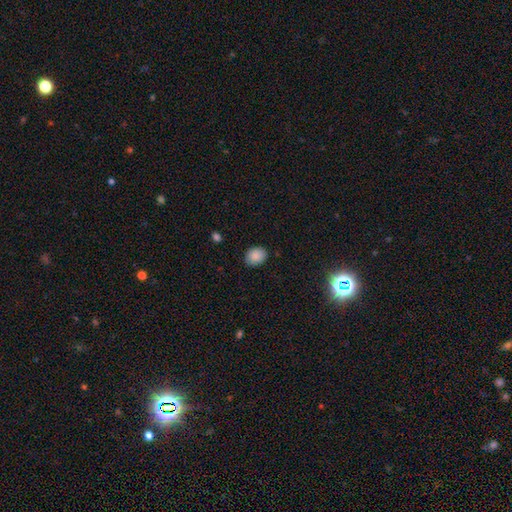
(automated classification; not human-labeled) Smooth or featured? smooth (88%)
How rounded? in between (61%)
Merging? none (87%)